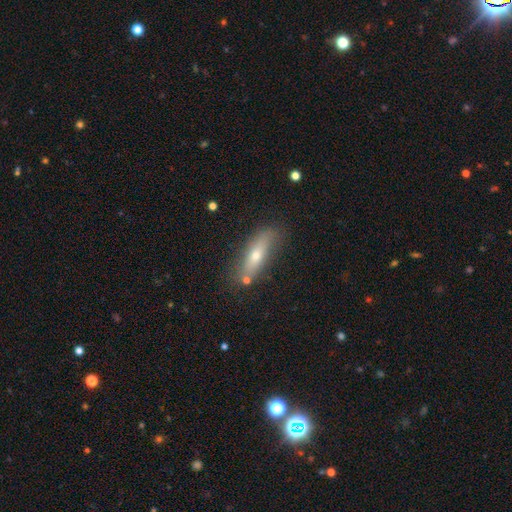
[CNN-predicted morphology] type=smooth (55%); roundness=cigar-shaped (59%); merging=none (75%).